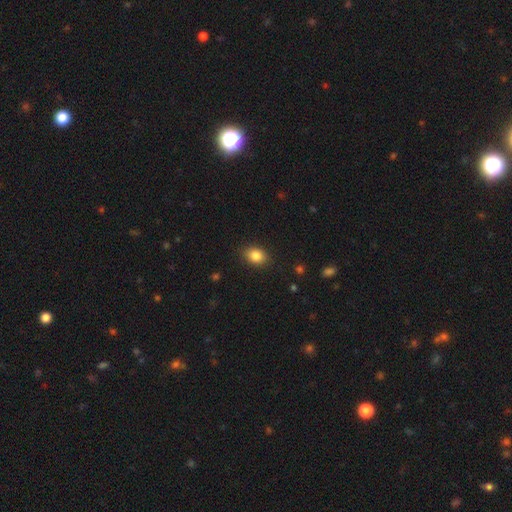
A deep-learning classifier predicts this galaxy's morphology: Overall: smooth (85%). How rounded: in between (69%; round 30%). Merging: none (86%).